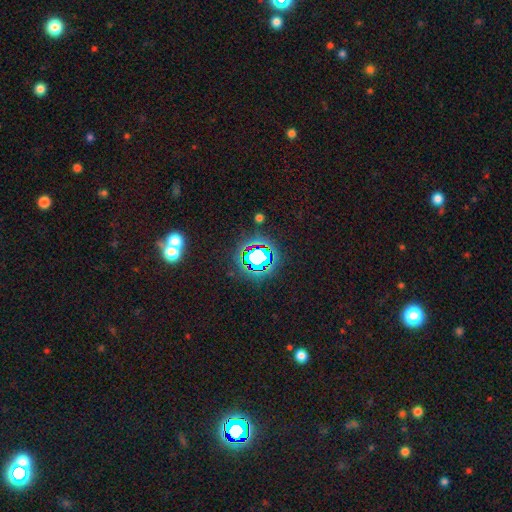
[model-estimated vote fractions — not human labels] Morphology: type=star or artifact (80%).